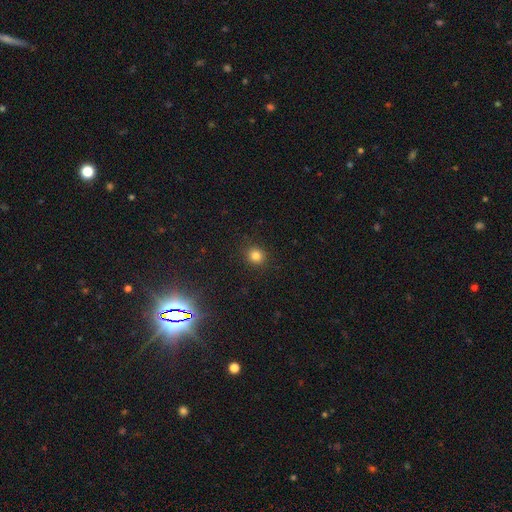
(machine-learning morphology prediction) Q: Smooth or featured?
A: smooth (81%); runner-up: star or artifact (14%)
Q: How rounded?
A: round (87%); runner-up: in between (12%)
Q: Merging?
A: none (91%); runner-up: minor disturbance (6%)